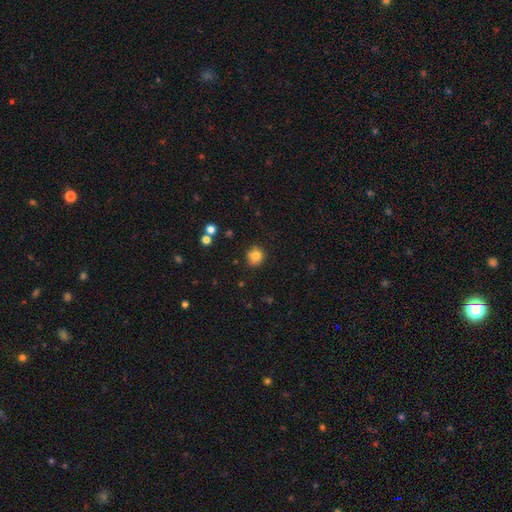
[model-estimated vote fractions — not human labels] smooth_or_featured: smooth (p=0.80) [alt: star or artifact p=0.11]
how_rounded: round (p=0.88) [alt: in between p=0.11]
merging: none (p=0.80) [alt: minor disturbance p=0.14]